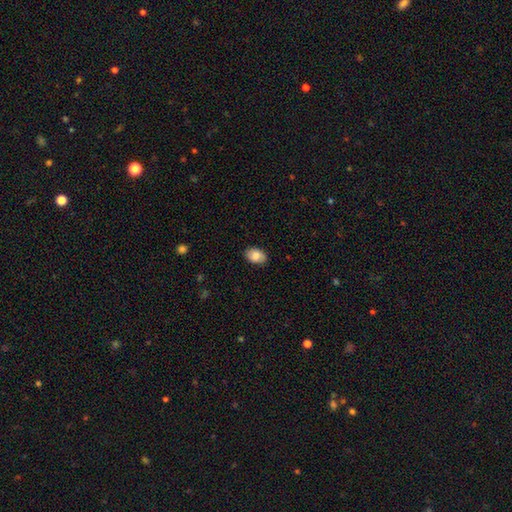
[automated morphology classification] smooth-or-featured: smooth: 85% | featured or disk: 8% | star or artifact: 7%
  how-rounded: in between: 86% | round: 12% | cigar-shaped: 1%
  merging: none: 85% | minor disturbance: 12% | major disturbance: 2% | merger: 1%